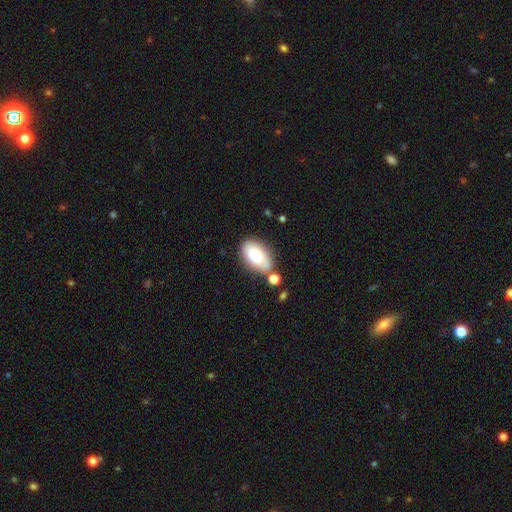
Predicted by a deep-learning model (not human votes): Overall: smooth (78%). How rounded: in between (94%). Merging: none (63%).